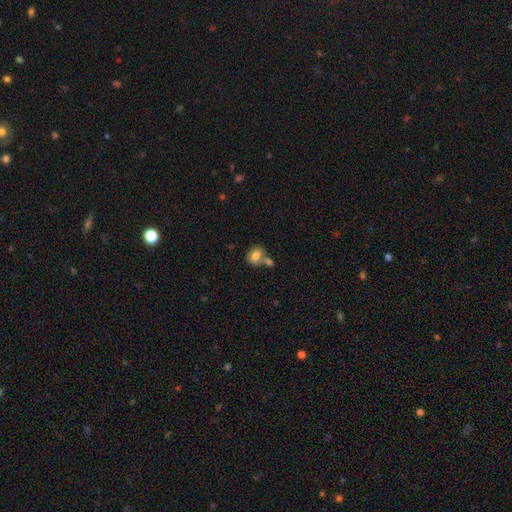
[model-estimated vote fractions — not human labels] smooth 80%, featured or disk 11%, star or artifact 9%. Down the decision tree: how rounded — in between (57%); merging — none (46%).